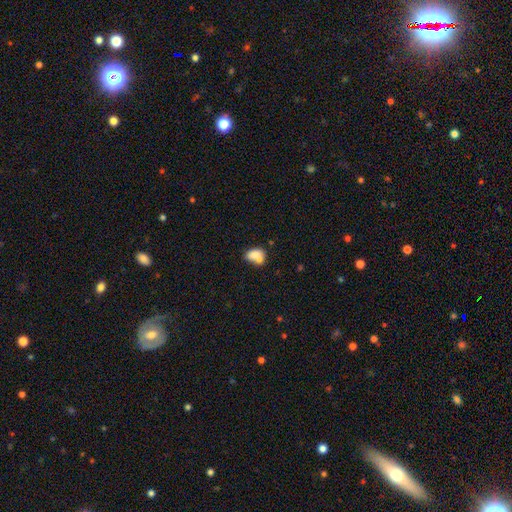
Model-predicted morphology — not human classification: smooth_or_featured: smooth (p=0.76) [alt: featured or disk p=0.15]
how_rounded: in between (p=0.77) [alt: round p=0.21]
merging: merger (p=0.48) [alt: none p=0.30]